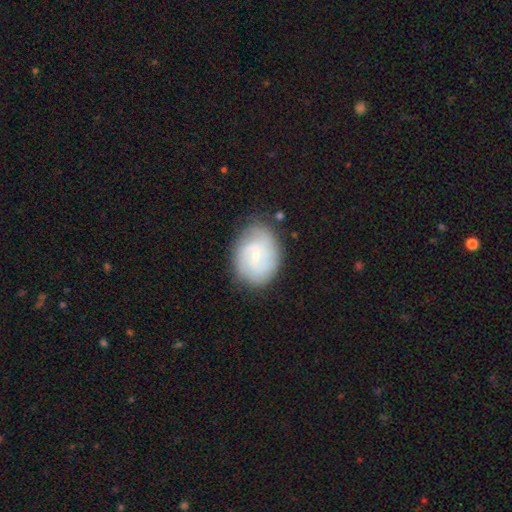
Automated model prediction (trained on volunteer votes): Q: Smooth or featured?
A: featured or disk (60%); runner-up: smooth (33%)
Q: Edge-on disk?
A: no (97%); runner-up: yes (3%)
Q: Bar?
A: weak (52%); runner-up: no (38%)
Q: Spiral arms?
A: yes (83%); runner-up: no (17%)
Q: Bulge size?
A: small (74%); runner-up: moderate (20%)
Q: Merging?
A: none (72%); runner-up: minor disturbance (20%)